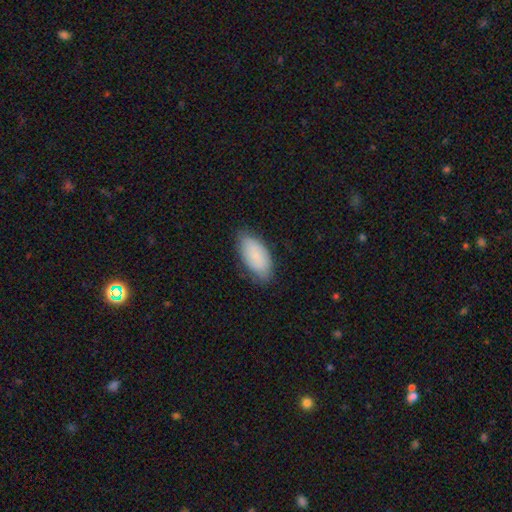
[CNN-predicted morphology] A smooth galaxy with no disk features (81%) that is in between round and cigar-shaped (92%).

Vote fractions:
- Smooth or featured? smooth: 81% / featured or disk: 12% / star or artifact: 7%
- How rounded? in between: 92% / cigar-shaped: 5% / round: 2%
- Merging? none: 75% / minor disturbance: 20% / major disturbance: 4% / merger: 1%